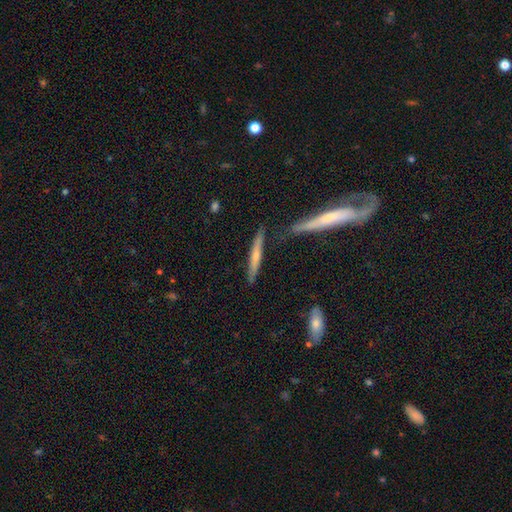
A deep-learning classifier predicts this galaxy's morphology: type=smooth (51%); roundness=cigar-shaped (94%); merging=none (78%).